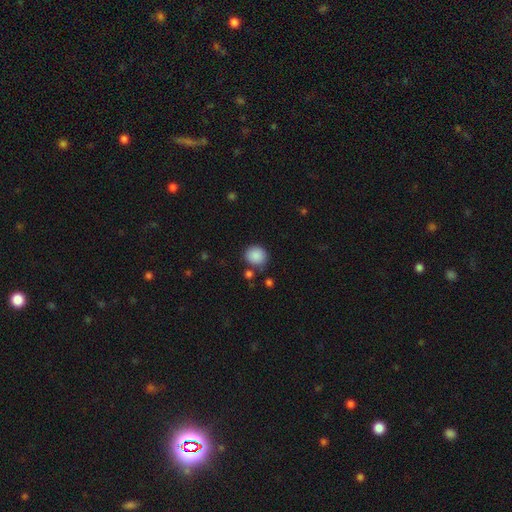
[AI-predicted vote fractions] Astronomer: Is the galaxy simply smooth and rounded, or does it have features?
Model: smooth — 88%.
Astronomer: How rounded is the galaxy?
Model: round — 83%.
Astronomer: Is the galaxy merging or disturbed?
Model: none — 78%.